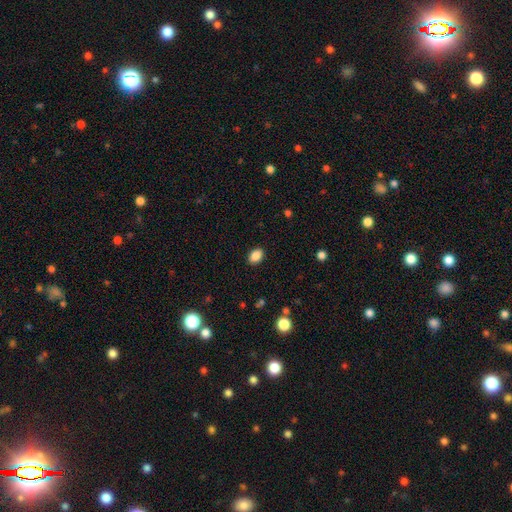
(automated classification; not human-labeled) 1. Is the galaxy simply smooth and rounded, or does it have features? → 87% smooth, 9% star or artifact, 4% featured or disk.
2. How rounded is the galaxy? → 78% in between, 21% round, 1% cigar-shaped.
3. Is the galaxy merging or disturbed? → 89% none, 8% minor disturbance, 2% major disturbance, 1% merger.